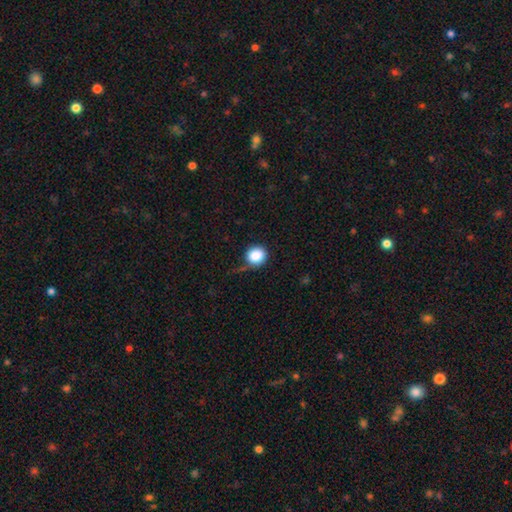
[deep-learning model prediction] Q: Smooth or featured?
A: smooth (87%); runner-up: star or artifact (9%)
Q: How rounded?
A: round (88%); runner-up: in between (11%)
Q: Merging?
A: none (66%); runner-up: minor disturbance (23%)